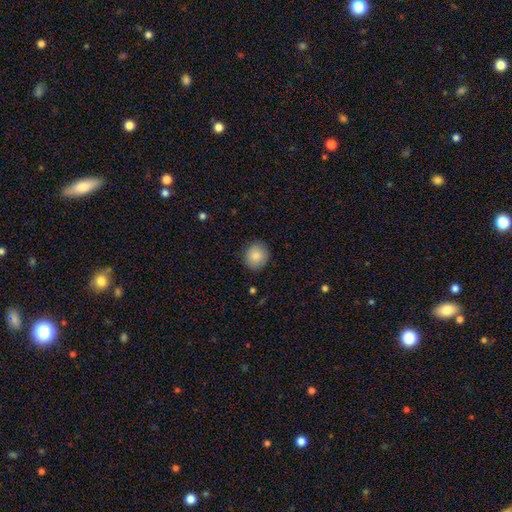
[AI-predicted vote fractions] This appears to be a smooth galaxy with no disk features (85%) that is round (84%). Merging: none (88%).